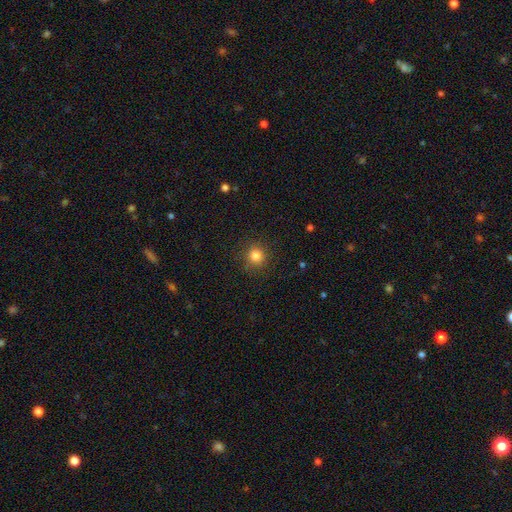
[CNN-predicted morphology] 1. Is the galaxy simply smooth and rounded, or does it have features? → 82% smooth, 12% star or artifact, 5% featured or disk.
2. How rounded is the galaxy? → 93% round, 6% in between, 1% cigar-shaped.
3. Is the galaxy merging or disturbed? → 89% none, 7% minor disturbance, 3% major disturbance, 1% merger.